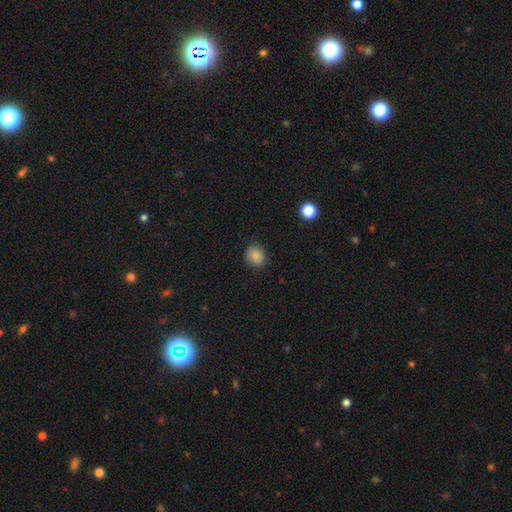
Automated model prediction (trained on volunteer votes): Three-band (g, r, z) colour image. It shows a smooth galaxy with no disk features (86%) that is round (75%). Merging: none (85%).